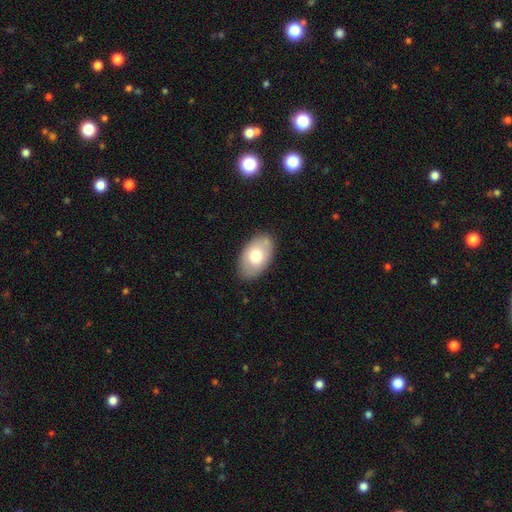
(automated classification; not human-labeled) Smooth or featured? Predicted: smooth (p=0.71). How rounded? Predicted: in between (p=0.93). Merging? Predicted: none (p=0.82).